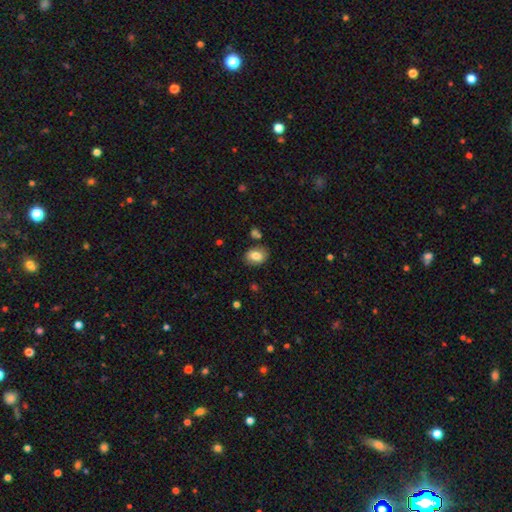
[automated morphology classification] Smooth or featured? Predicted: smooth (p=0.81). How rounded? Predicted: in between (p=0.70). Merging? Predicted: none (p=0.78).